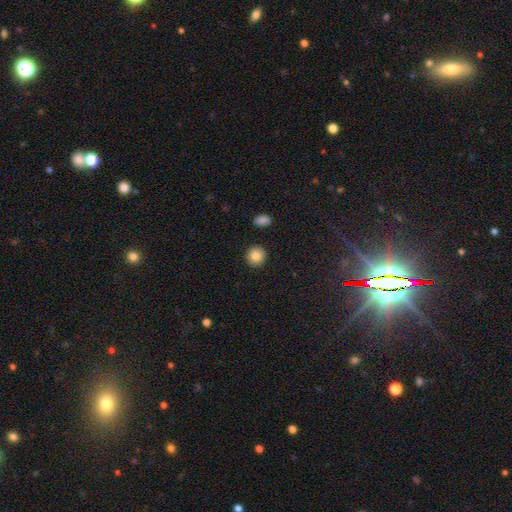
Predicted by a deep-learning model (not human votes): This is clearly a smooth galaxy (85%). How rounded: clearly round (90%). Merging: clearly none (91%).